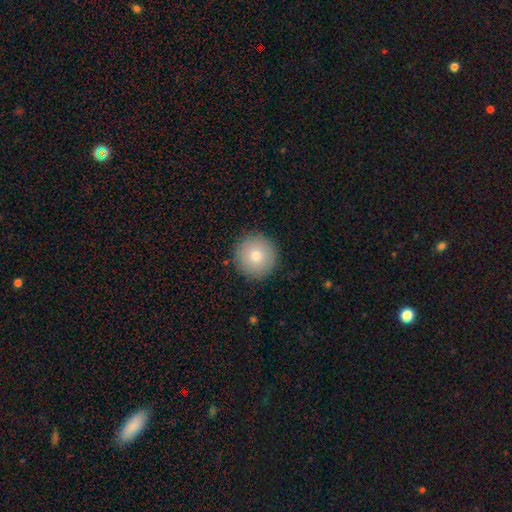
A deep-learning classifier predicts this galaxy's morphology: A smooth galaxy with no disk features (79%) that is round (95%).

Vote fractions:
- Smooth or featured? smooth: 79% / featured or disk: 12% / star or artifact: 9%
- How rounded? round: 95% / in between: 4% / cigar-shaped: 1%
- Merging? none: 91% / minor disturbance: 6% / major disturbance: 2% / merger: 1%